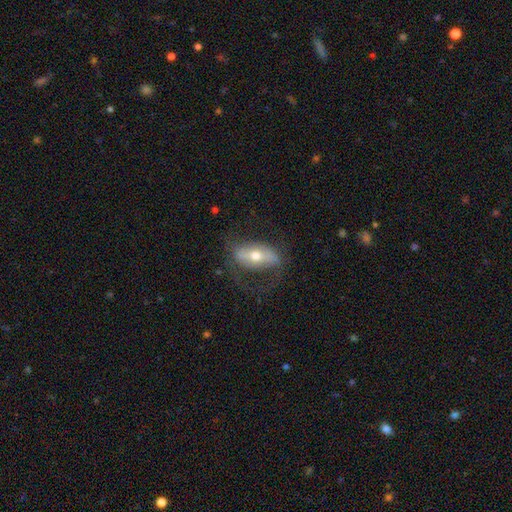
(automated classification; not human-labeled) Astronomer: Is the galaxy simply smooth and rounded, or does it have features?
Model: featured or disk — 59%.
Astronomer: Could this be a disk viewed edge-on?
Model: no — 78%.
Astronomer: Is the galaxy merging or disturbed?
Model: none — 59%.